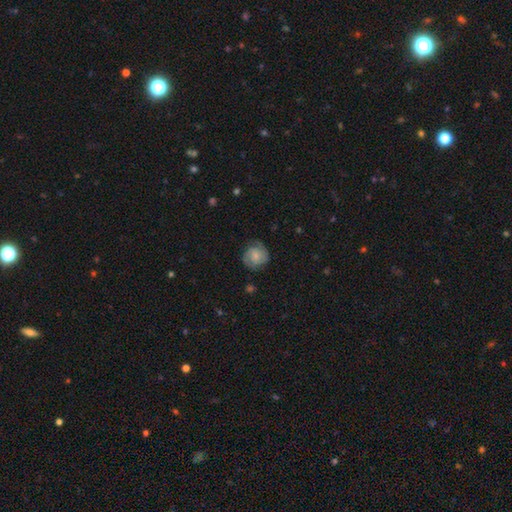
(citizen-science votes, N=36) featured or disk 58%, smooth 42%, star or artifact 0%. Down the decision tree: edge-on disk — no (95%); bar — no (80%); spiral arms — yes (90%); spiral arm count — 2 (78%); spiral winding — tight (44%); bulge size — small (75%); merging — none (83%).